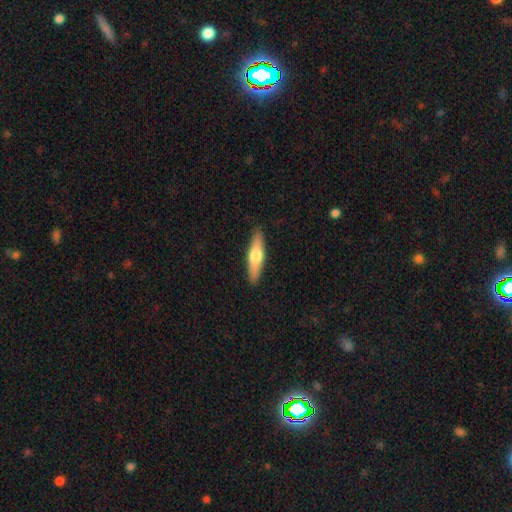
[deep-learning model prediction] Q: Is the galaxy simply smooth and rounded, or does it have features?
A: smooth — 54%.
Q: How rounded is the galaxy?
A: cigar-shaped — 70%.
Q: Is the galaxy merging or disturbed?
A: none — 89%.